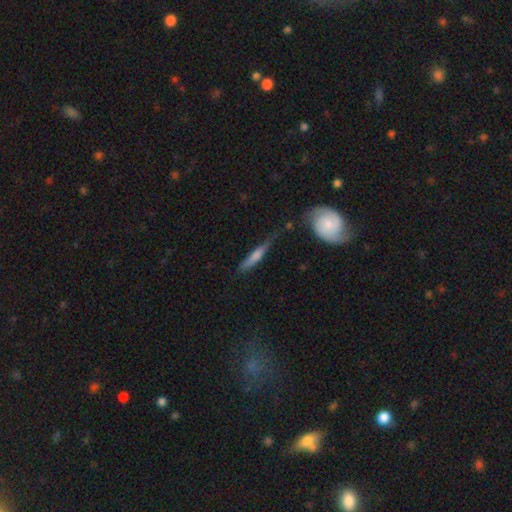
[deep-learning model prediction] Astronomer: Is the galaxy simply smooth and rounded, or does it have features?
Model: featured or disk — 47% (runner-up: smooth, 46%).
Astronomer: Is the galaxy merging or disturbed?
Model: none — 60%.